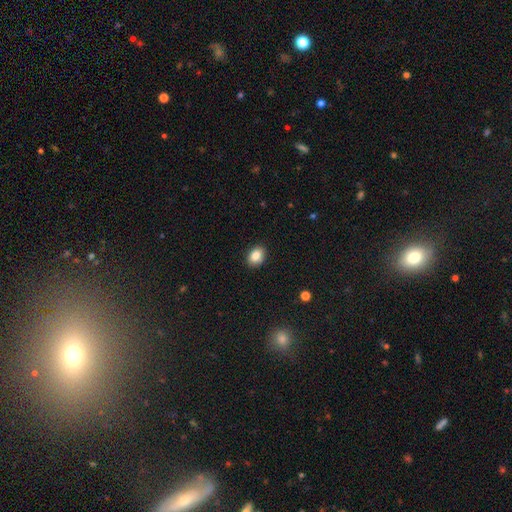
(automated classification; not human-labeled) Q: Smooth or featured?
A: smooth (84%); runner-up: star or artifact (9%)
Q: How rounded?
A: in between (72%); runner-up: round (27%)
Q: Merging?
A: none (89%); runner-up: minor disturbance (8%)